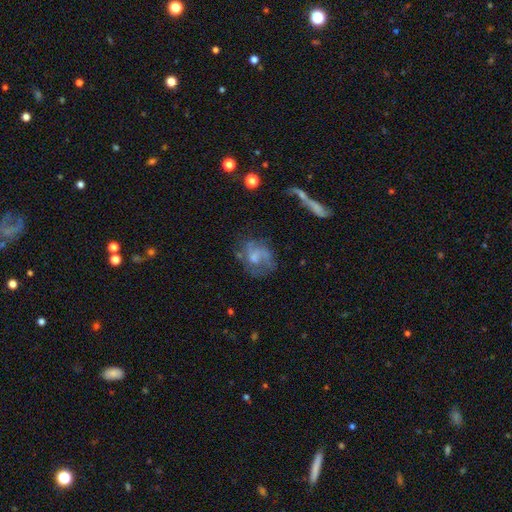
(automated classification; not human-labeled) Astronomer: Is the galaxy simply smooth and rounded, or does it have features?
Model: featured or disk — 56% (runner-up: smooth, 34%).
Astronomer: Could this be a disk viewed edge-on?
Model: no — 98%.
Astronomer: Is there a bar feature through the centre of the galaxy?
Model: no — 68%.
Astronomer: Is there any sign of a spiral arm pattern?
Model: yes — 64%.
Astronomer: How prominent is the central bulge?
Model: none — 35% (runner-up: moderate, 30%).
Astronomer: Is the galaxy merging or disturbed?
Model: none — 47% (runner-up: major disturbance, 26%).